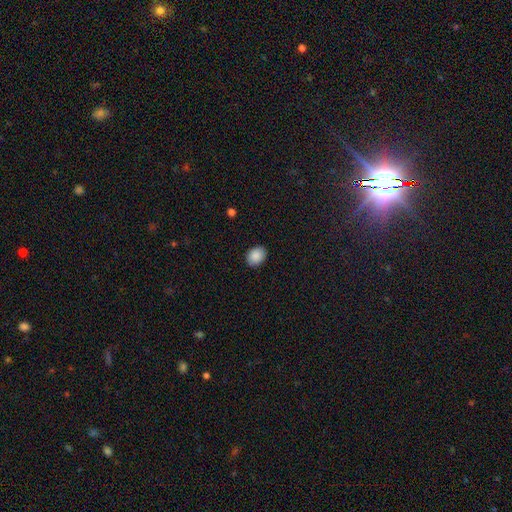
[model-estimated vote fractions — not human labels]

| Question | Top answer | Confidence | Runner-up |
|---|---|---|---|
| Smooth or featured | smooth | 89% | star or artifact (8%) |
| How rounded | in between | 63% | round (36%) |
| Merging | none | 89% | minor disturbance (8%) |